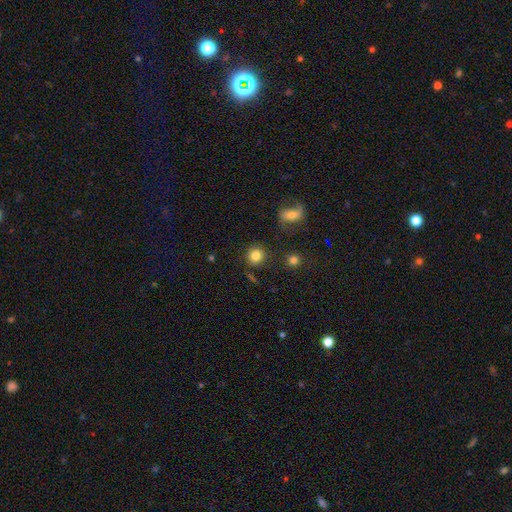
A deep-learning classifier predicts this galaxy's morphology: type=smooth (83%); roundness=round (86%); merging=none (83%).